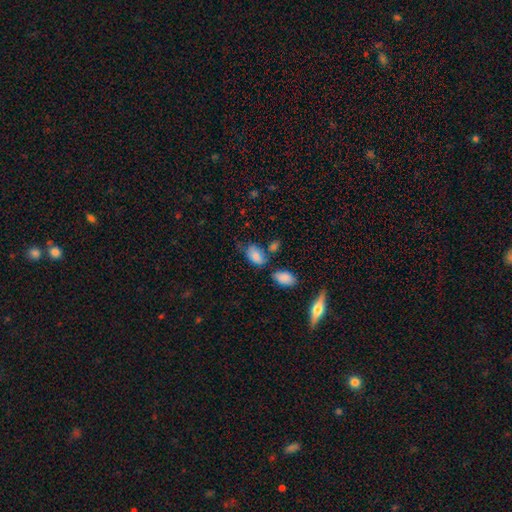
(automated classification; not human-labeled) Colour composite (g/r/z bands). It shows a smooth galaxy with no disk features (80%) that is in between round and cigar-shaped (92%). Merging: none (48%).